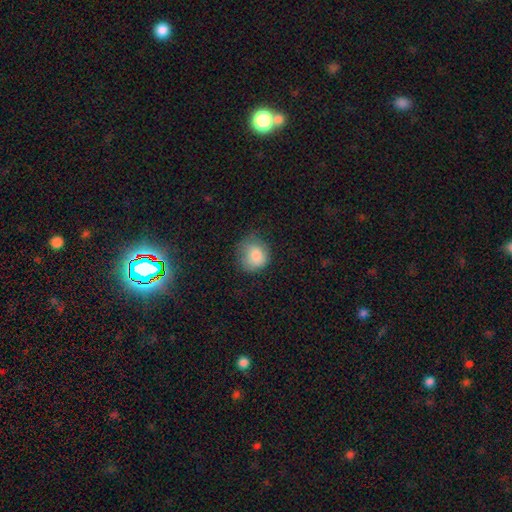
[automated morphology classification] smooth 83%, star or artifact 9%, featured or disk 9%. Down the decision tree: how rounded — round (78%); merging — none (59%).